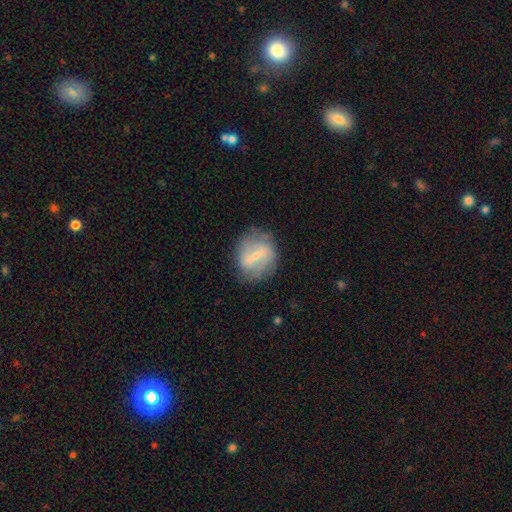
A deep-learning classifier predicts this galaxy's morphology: featured or disk 66%, smooth 27%, star or artifact 7%. Down the decision tree: edge-on disk — no (95%); bar — strong (45%); spiral arms — yes (65%); bulge size — small (65%); merging — none (74%).